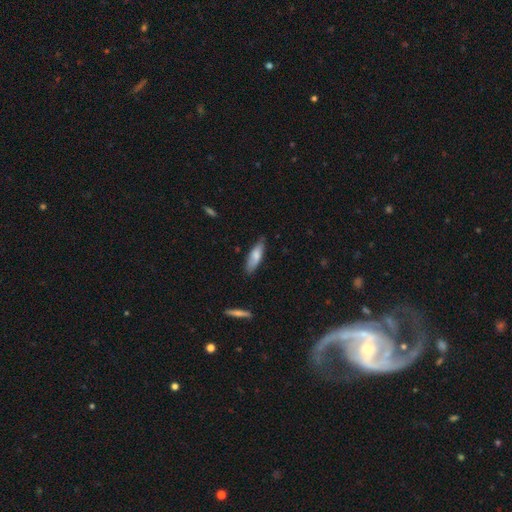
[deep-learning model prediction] This appears to be a smooth galaxy with no disk features (76%) that is cigar-shaped (49%, tied with in between). Merging: none (76%).